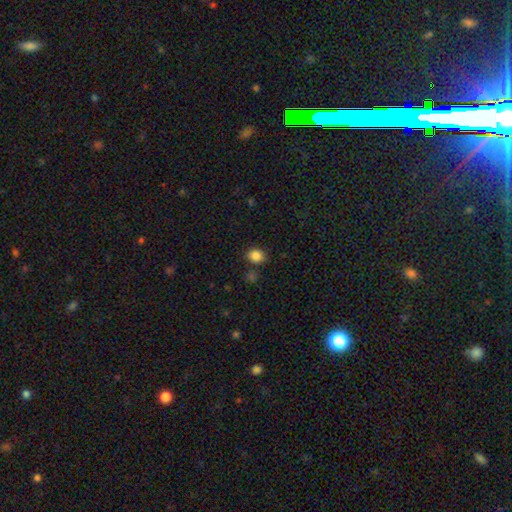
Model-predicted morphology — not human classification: A smooth galaxy with no disk features (86%) that is round (59%).

Vote fractions:
- Smooth or featured? smooth: 86% / star or artifact: 10% / featured or disk: 4%
- How rounded? round: 59% / in between: 40% / cigar-shaped: 1%
- Merging? none: 82% / minor disturbance: 10% / merger: 5% / major disturbance: 3%